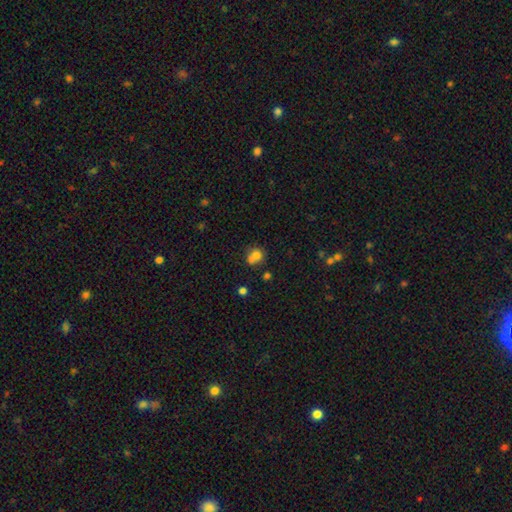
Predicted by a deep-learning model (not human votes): smooth 73%, featured or disk 14%, star or artifact 13%. Down the decision tree: how rounded — round (77%); merging — merger (46%).